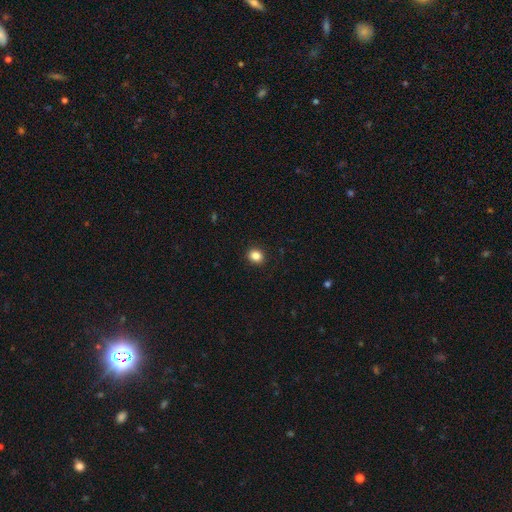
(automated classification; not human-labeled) This appears to be a smooth galaxy with no disk features (85%) that is round (69%). Merging: none (91%).